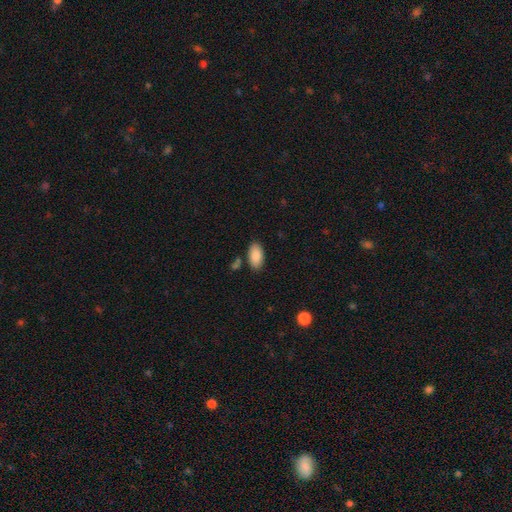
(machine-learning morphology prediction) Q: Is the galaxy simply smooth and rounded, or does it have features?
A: smooth — 88%.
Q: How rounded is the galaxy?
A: in between — 94%.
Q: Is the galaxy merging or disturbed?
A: none — 82%.